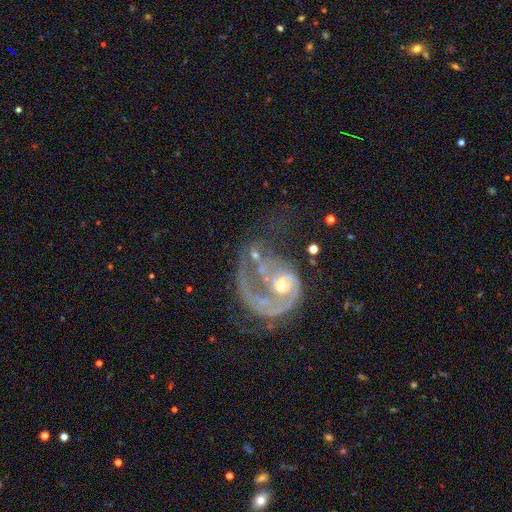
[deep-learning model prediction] featured or disk 82%, smooth 11%, star or artifact 8%. Down the decision tree: edge-on disk — no (98%); bar — no (69%); spiral arms — yes (78%); spiral arm count — 1 (68%); spiral winding — loose (37%); bulge size — moderate (58%); merging — major disturbance (45%).